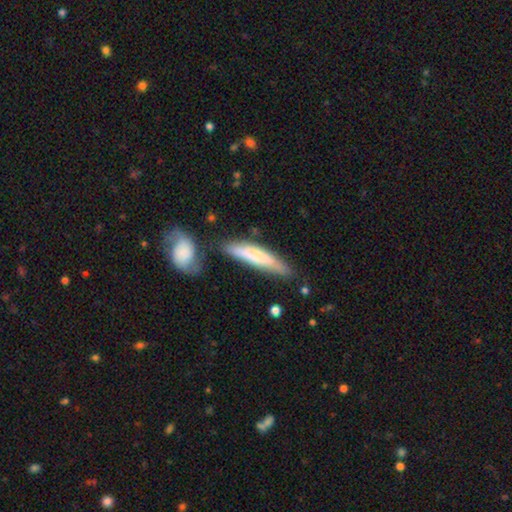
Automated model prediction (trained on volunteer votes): Q: Smooth or featured?
A: smooth (62%); runner-up: featured or disk (32%)
Q: How rounded?
A: cigar-shaped (82%); runner-up: in between (17%)
Q: Merging?
A: none (65%); runner-up: minor disturbance (19%)